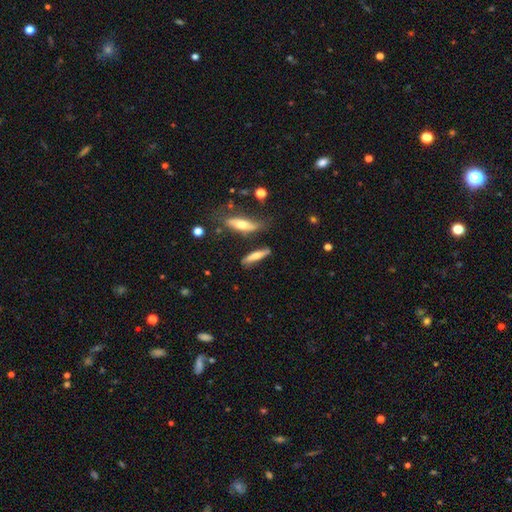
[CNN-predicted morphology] Q: Smooth or featured?
A: smooth (55%); runner-up: featured or disk (37%)
Q: How rounded?
A: cigar-shaped (75%); runner-up: in between (23%)
Q: Merging?
A: none (74%); runner-up: minor disturbance (15%)